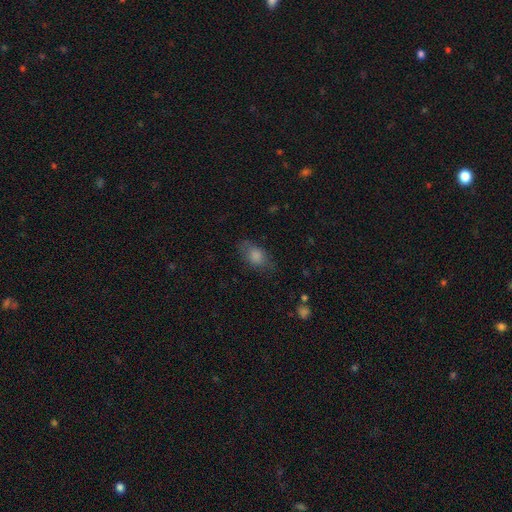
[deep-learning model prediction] A smooth galaxy with no disk features (78%) that is in between round and cigar-shaped (84%). Merging: none (68%).